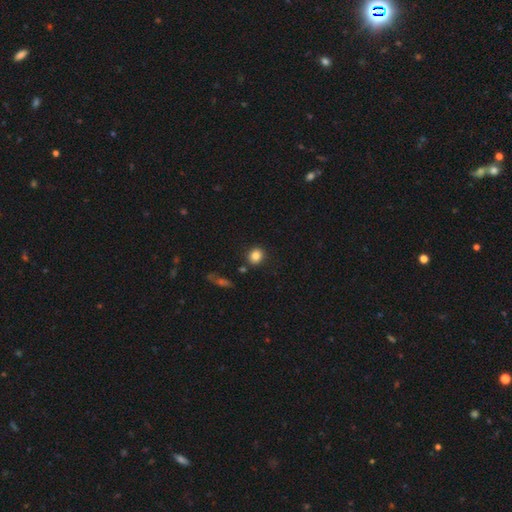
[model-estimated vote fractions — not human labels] smooth_or_featured: smooth (p=0.83) [alt: star or artifact p=0.10]
how_rounded: round (p=0.73) [alt: in between p=0.26]
merging: none (p=0.86) [alt: minor disturbance p=0.08]